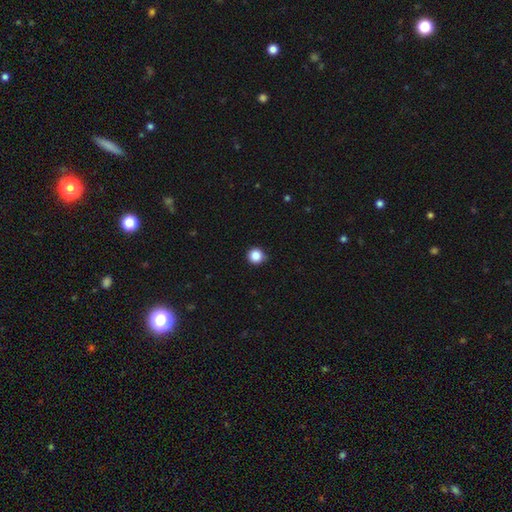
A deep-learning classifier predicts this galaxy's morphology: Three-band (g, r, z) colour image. It shows a smooth galaxy with no disk features (86%) that is round (94%). Merging: none (88%).